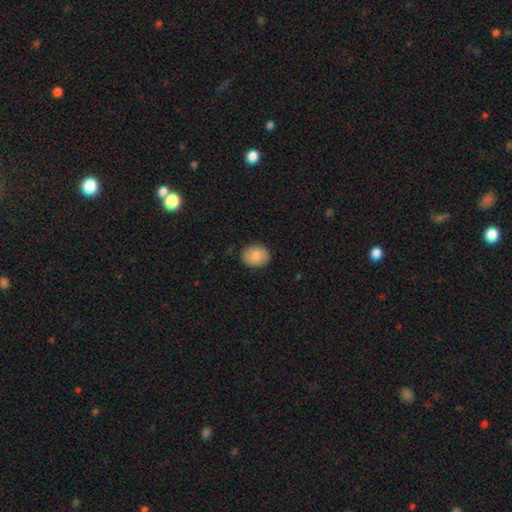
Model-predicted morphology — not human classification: smooth 84%, featured or disk 9%, star or artifact 7%. Down the decision tree: how rounded — in between (50%, tied with round); merging — none (87%).